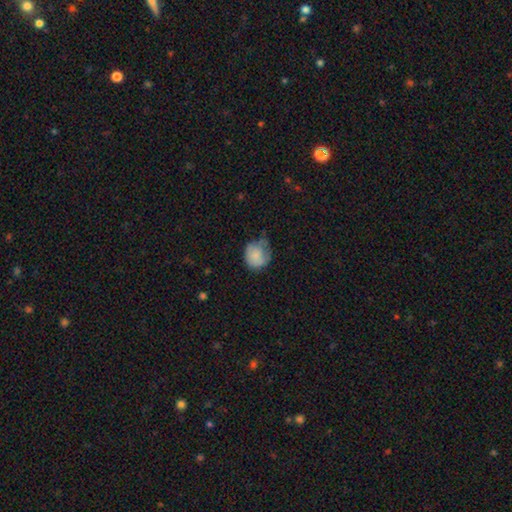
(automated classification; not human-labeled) Smooth or featured?
  - smooth: 78% *
  - featured or disk: 14%
  - star or artifact: 8%
How rounded?
  - round: 73% *
  - in between: 26%
  - cigar-shaped: 1%
Merging?
  - none: 41% *
  - minor disturbance: 39%
  - major disturbance: 17%
  - merger: 2%